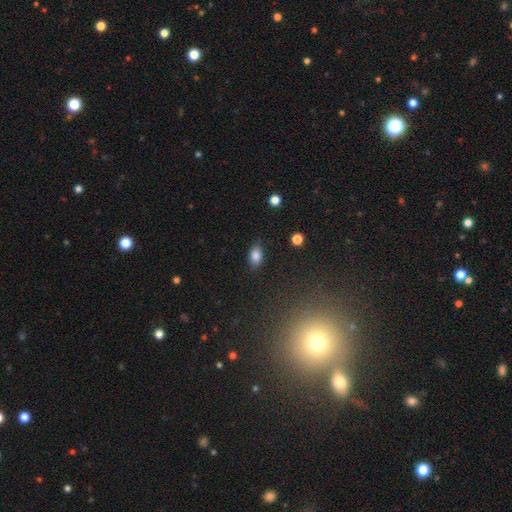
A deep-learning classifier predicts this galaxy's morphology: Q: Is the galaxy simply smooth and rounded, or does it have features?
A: smooth — 84%.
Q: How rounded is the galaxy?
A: in between — 87%.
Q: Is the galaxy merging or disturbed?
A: none — 81%.